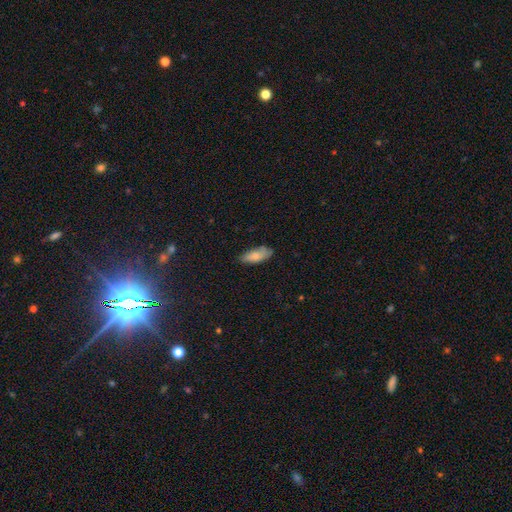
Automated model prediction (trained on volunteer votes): Morphology: type=smooth (78%); roundness=in between (78%); merging=none (69%).